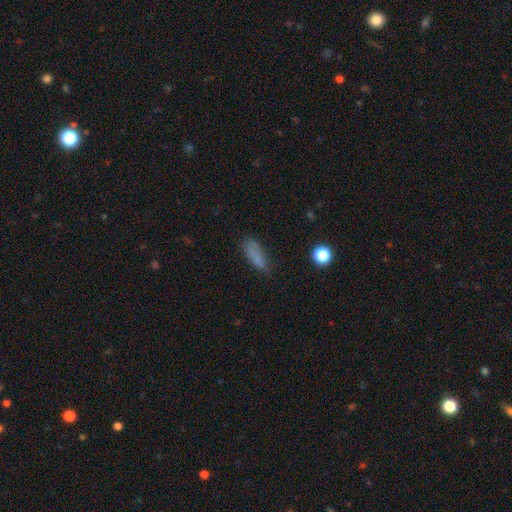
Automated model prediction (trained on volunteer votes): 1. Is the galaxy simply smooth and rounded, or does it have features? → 78% smooth, 14% star or artifact, 9% featured or disk.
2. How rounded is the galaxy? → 51% in between, 46% cigar-shaped, 4% round.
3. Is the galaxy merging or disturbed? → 65% none, 23% minor disturbance, 9% major disturbance, 3% merger.